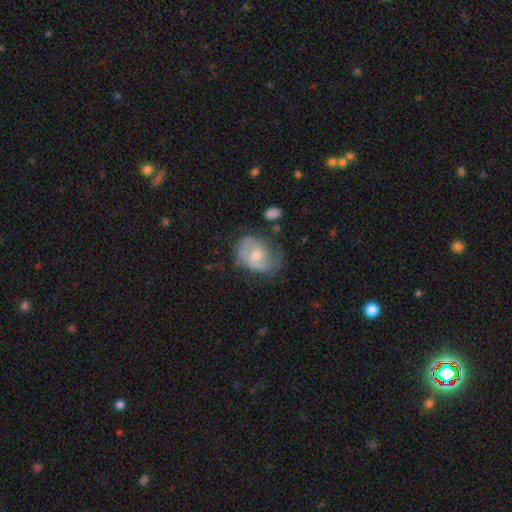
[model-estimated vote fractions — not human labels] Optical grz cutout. It shows a featured or disk galaxy (60%) with no bar (72%), spiral arms (68%) and a moderate central bulge (67%). Merging: none (51%).